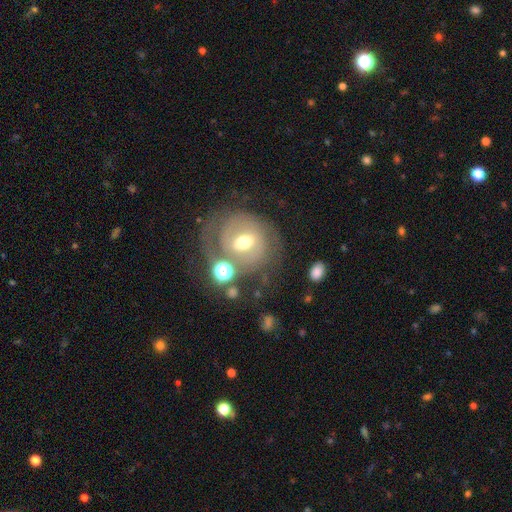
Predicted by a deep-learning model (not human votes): A featured or disk galaxy (68%) with a weak bar (47%), spiral arms (72%) and a moderate central bulge (69%).

Vote fractions:
- Smooth or featured? featured or disk: 68% / smooth: 23% / star or artifact: 9%
- Edge-on disk? no: 96% / yes: 4%
- Bar? weak: 47% / no: 28% / strong: 25%
- Spiral arms? yes: 72% / no: 28%
- Bulge size? moderate: 69% / small: 23% / large: 6% / none: 1% / dominant: 1%
- Merging? none: 57% / minor disturbance: 18% / major disturbance: 14% / merger: 11%